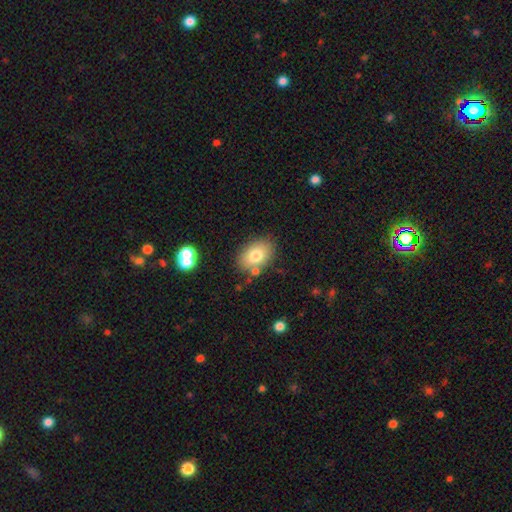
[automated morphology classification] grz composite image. It shows a smooth galaxy with no disk features (76%) that is in between round and cigar-shaped (80%). Merging: none (76%).